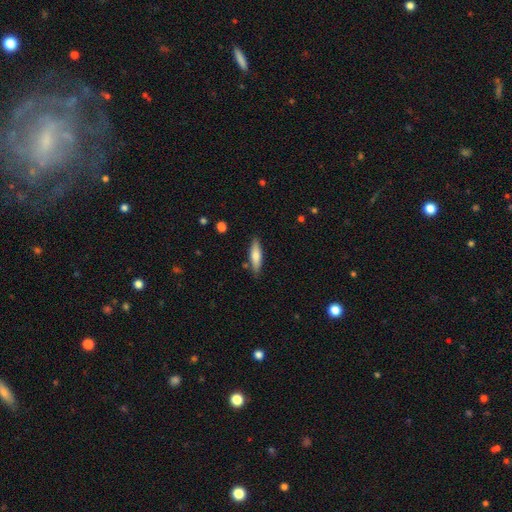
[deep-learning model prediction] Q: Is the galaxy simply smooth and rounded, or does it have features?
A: smooth — 68%.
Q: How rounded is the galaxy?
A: cigar-shaped — 63%.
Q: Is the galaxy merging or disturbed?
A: none — 84%.